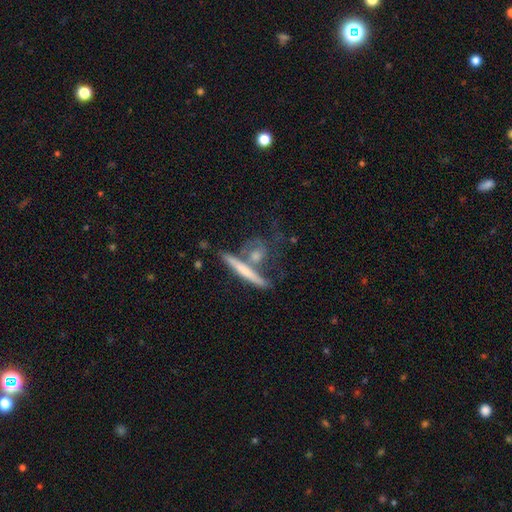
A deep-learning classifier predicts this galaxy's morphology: The model was most divided on "smooth or featured": featured or disk: 51%, smooth: 41%, star or artifact: 8%. More confident: edge-on disk — yes (78%); merging — none (55%).